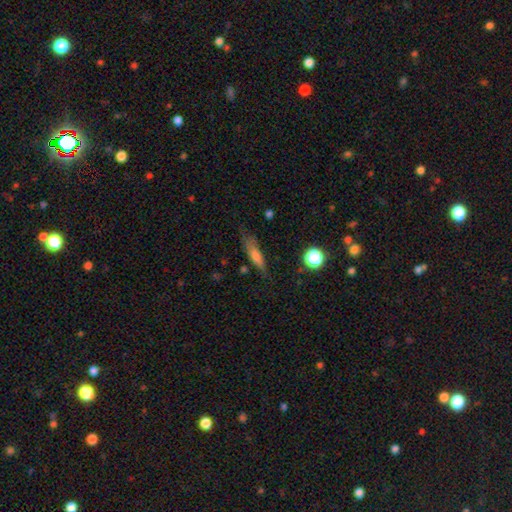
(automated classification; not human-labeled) Smooth or featured? smooth (68%)
How rounded? cigar-shaped (66%)
Merging? none (61%)